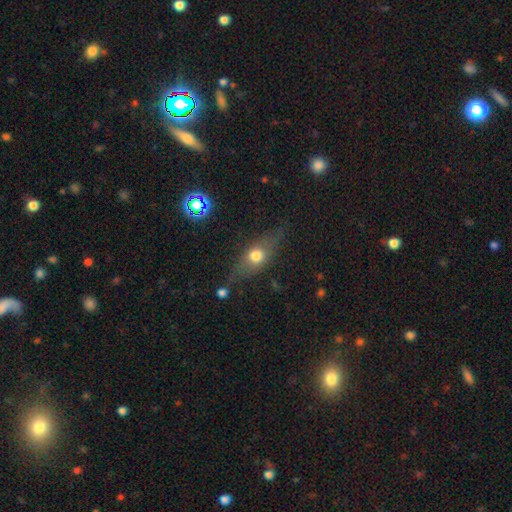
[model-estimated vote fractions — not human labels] smooth_or_featured: smooth (p=0.57) [alt: featured or disk p=0.30]
how_rounded: in between (p=0.52) [alt: cigar-shaped p=0.28]
merging: none (p=0.71) [alt: minor disturbance p=0.18]